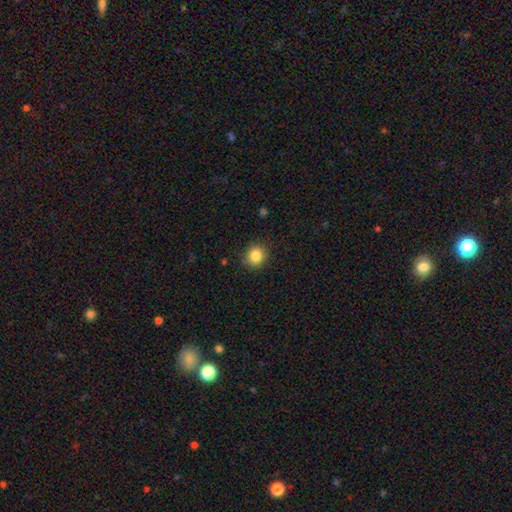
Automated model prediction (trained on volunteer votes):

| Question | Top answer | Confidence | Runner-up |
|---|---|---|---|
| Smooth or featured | smooth | 85% | star or artifact (10%) |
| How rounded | round | 89% | in between (10%) |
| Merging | none | 87% | minor disturbance (10%) |